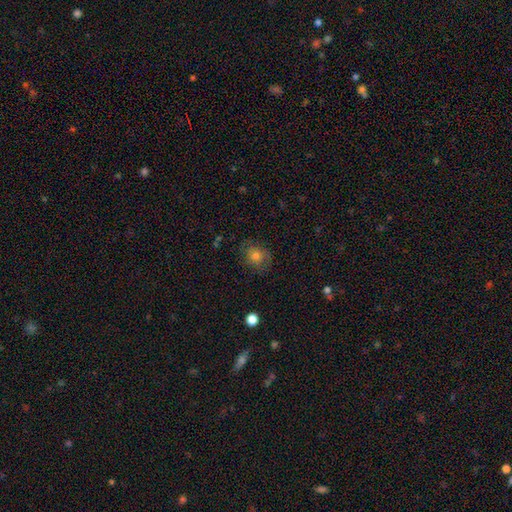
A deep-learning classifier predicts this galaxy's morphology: A smooth galaxy with no disk features (60%) that is round (67%). Merging: none (76%).